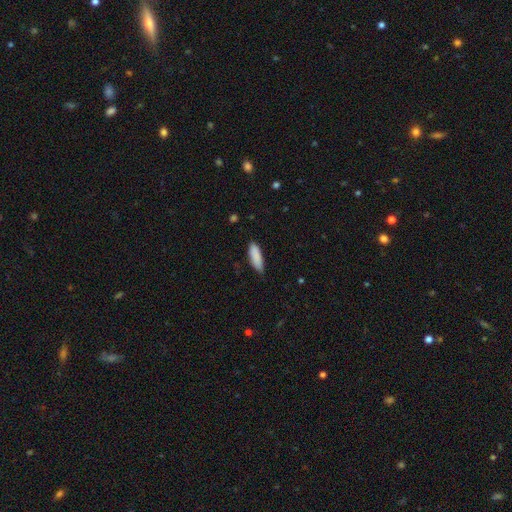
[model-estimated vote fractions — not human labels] Smooth or featured: smooth — 88% (star or artifact — 6%)
How rounded: in between — 54% (cigar-shaped — 45%)
Merging: none — 79% (minor disturbance — 18%)